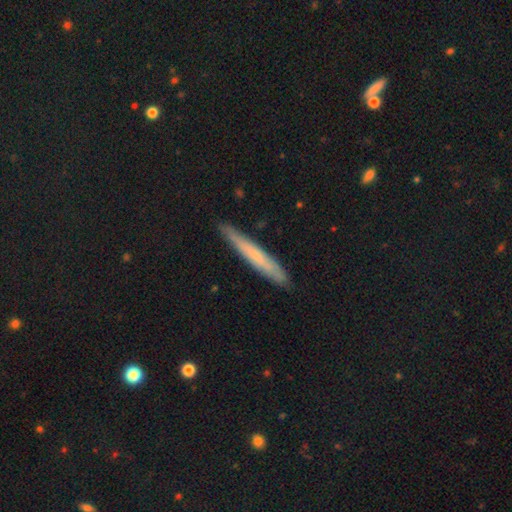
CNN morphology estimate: type=smooth (55%); roundness=cigar-shaped (96%); merging=none (87%).